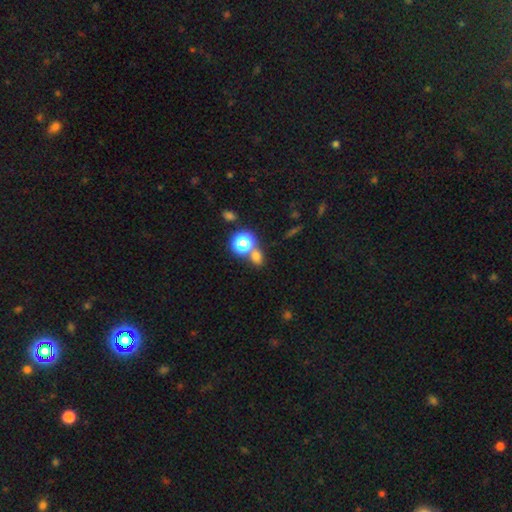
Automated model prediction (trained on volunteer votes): smooth_or_featured: smooth (p=0.67) [alt: star or artifact p=0.25]
how_rounded: round (p=0.61) [alt: in between p=0.37]
merging: none (p=0.55) [alt: merger p=0.32]